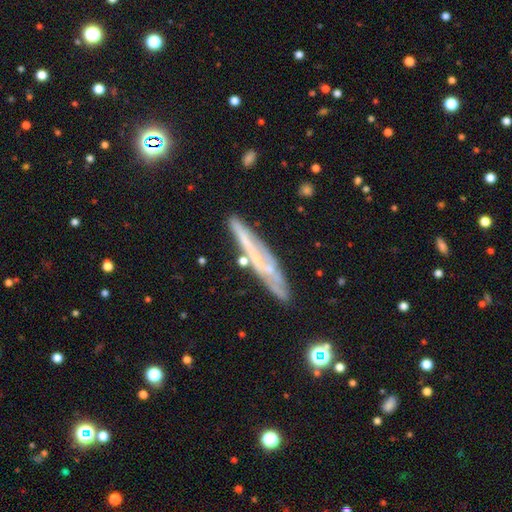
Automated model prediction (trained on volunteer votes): Overall: featured or disk (61%; smooth 28%). Edge-on disk: yes (79%). Merging: none (76%).